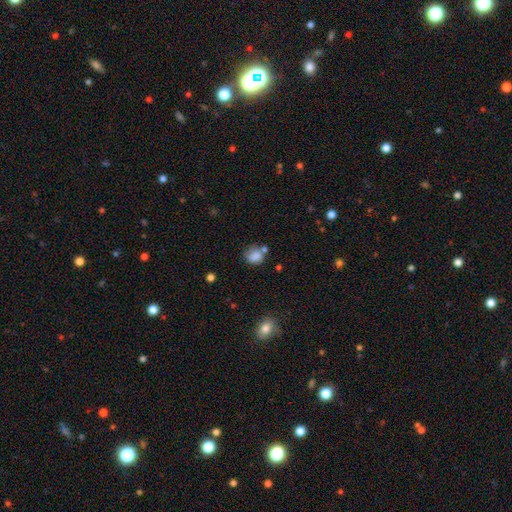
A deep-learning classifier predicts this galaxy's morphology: Smooth or featured? Predicted: smooth (p=0.81). How rounded? Predicted: round (p=0.66). Merging? Predicted: none (p=0.53).